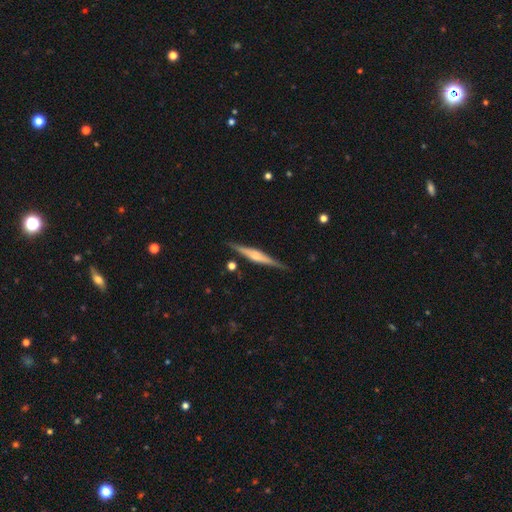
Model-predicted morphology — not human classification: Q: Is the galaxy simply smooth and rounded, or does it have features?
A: featured or disk — 70%.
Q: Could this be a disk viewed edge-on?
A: yes — 98%.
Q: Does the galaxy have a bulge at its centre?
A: rounded — 67%.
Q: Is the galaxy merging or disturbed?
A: none — 88%.